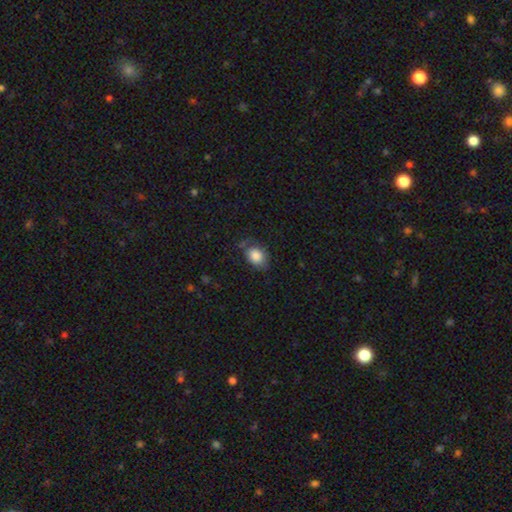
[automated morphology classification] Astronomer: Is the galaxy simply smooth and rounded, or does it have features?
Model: smooth — 84%.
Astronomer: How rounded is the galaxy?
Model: in between — 75%.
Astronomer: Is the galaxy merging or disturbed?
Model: none — 62%.